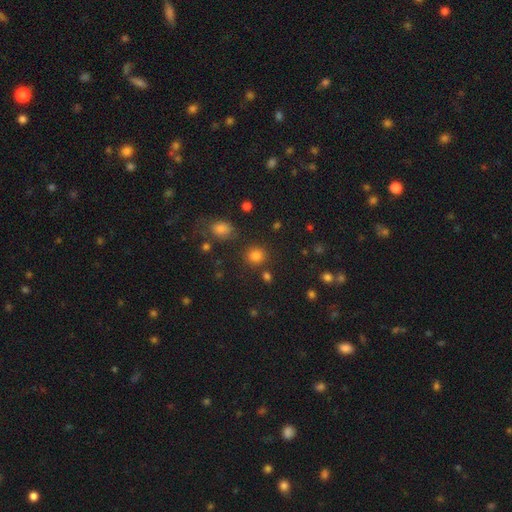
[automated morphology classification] type=smooth (80%); roundness=round (87%); merging=none (83%).